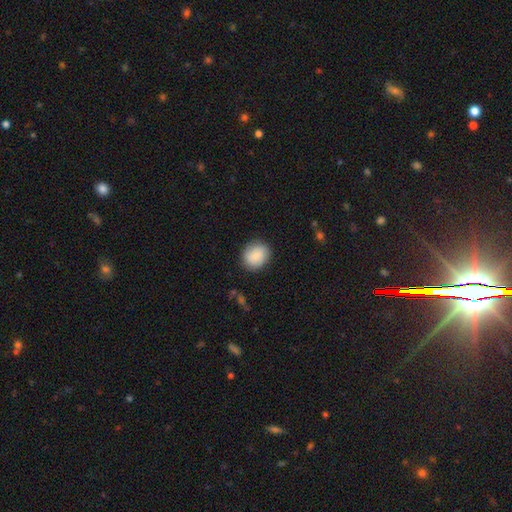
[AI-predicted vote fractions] Smooth or featured?
  - smooth: 88% *
  - star or artifact: 7%
  - featured or disk: 6%
How rounded?
  - round: 62% *
  - in between: 37%
  - cigar-shaped: 1%
Merging?
  - none: 84% *
  - minor disturbance: 11%
  - major disturbance: 3%
  - merger: 1%